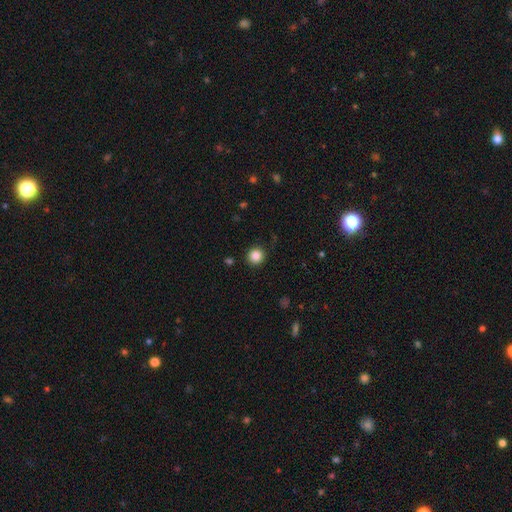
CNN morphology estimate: The model was most divided on "smooth or featured": smooth: 85%, star or artifact: 11%, featured or disk: 5%. More confident: how rounded — round (94%); merging — none (92%).